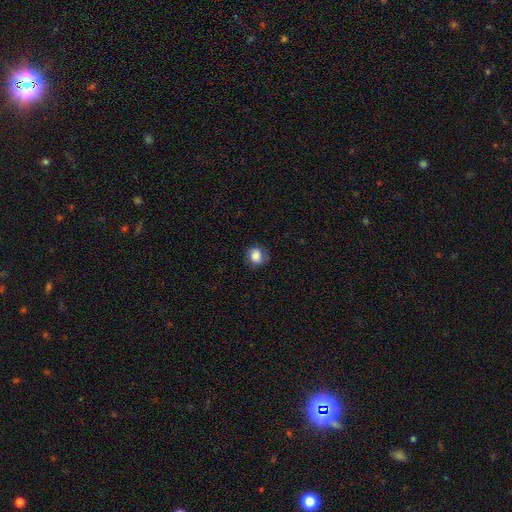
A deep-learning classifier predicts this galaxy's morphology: Smooth or featured? Predicted: smooth (p=0.81). How rounded? Predicted: round (p=0.72). Merging? Predicted: none (p=0.69).